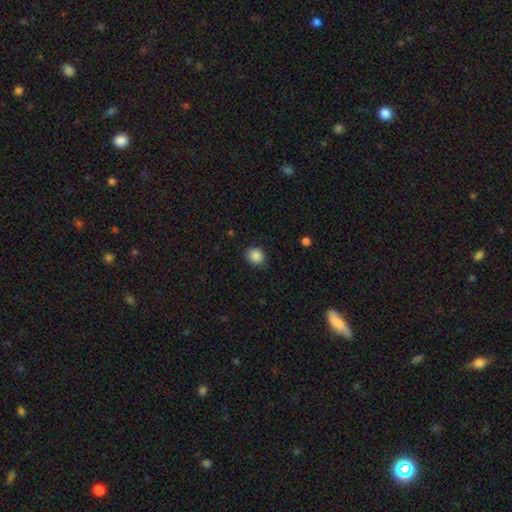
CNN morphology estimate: A smooth galaxy with no disk features (87%) that is round (77%).

Vote fractions:
- Smooth or featured? smooth: 87% / star or artifact: 10% / featured or disk: 3%
- How rounded? round: 77% / in between: 22% / cigar-shaped: 1%
- Merging? none: 87% / minor disturbance: 10% / major disturbance: 2% / merger: 1%